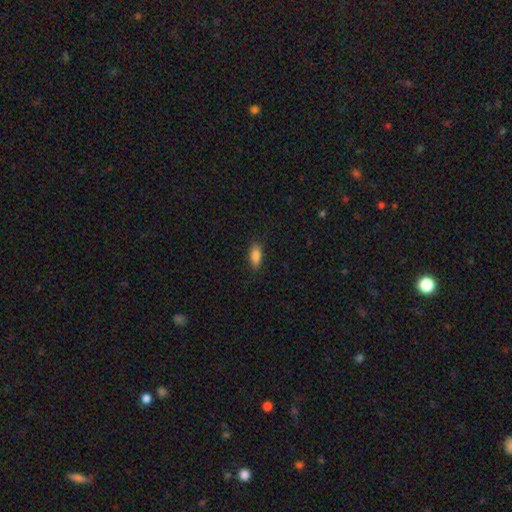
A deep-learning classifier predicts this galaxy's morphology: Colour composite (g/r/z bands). It shows a smooth galaxy with no disk features (87%) that is in between round and cigar-shaped (86%). Merging: none (85%).